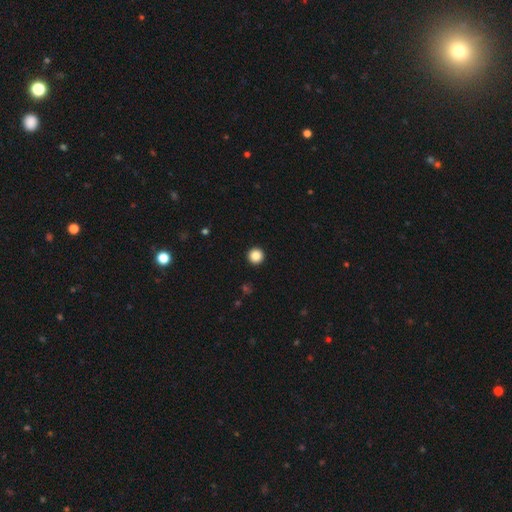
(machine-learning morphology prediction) This is clearly a smooth galaxy (86%). How rounded: clearly round (97%). Merging: clearly none (94%).